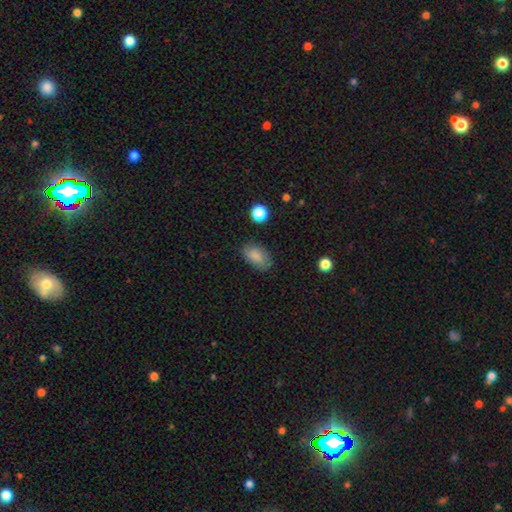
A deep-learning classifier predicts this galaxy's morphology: smooth-or-featured: smooth: 85% | star or artifact: 8% | featured or disk: 7%
  how-rounded: in between: 92% | round: 7% | cigar-shaped: 2%
  merging: none: 79% | minor disturbance: 15% | major disturbance: 4% | merger: 1%